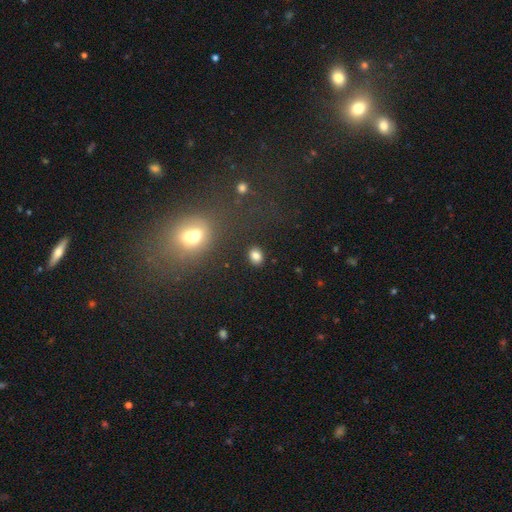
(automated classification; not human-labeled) Smooth or featured? smooth (82%)
How rounded? in between (58%)
Merging? none (87%)